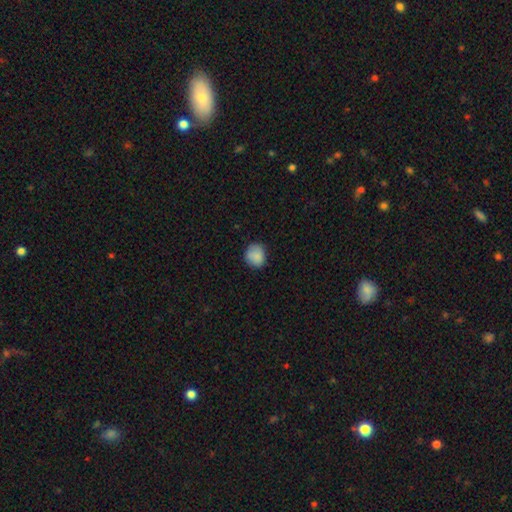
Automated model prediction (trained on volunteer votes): Smooth or featured?
  - smooth: 85% *
  - star or artifact: 8%
  - featured or disk: 7%
How rounded?
  - round: 76% *
  - in between: 23%
  - cigar-shaped: 1%
Merging?
  - none: 78% *
  - minor disturbance: 18%
  - major disturbance: 3%
  - merger: 1%